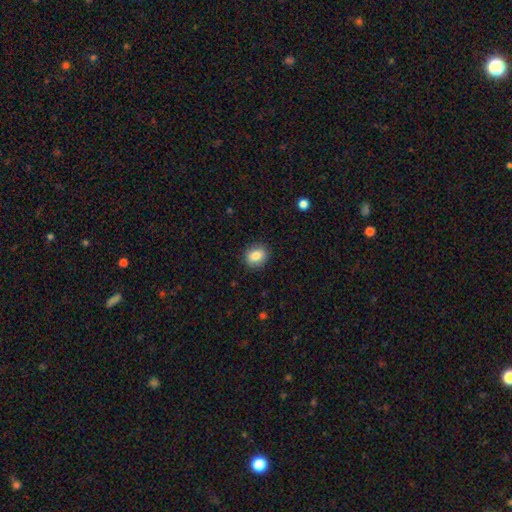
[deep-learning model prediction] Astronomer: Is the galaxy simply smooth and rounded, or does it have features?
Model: smooth — 85%.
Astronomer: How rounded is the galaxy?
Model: round — 55% (runner-up: in between, 44%).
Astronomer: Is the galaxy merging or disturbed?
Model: none — 88%.